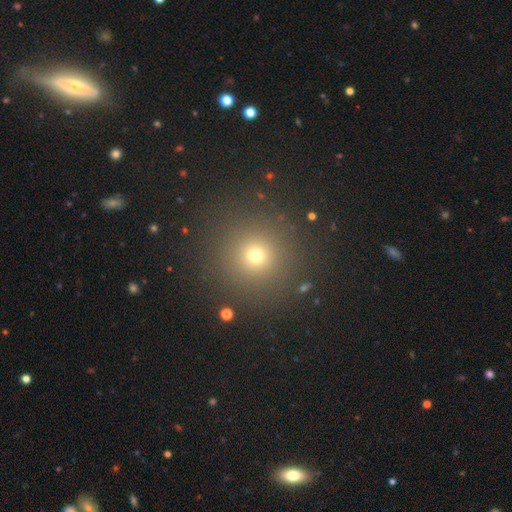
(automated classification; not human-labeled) A smooth galaxy with no disk features (68%) that is round (95%).

Vote fractions:
- Smooth or featured? smooth: 68% / star or artifact: 25% / featured or disk: 7%
- How rounded? round: 95% / in between: 4% / cigar-shaped: 1%
- Merging? none: 89% / minor disturbance: 6% / major disturbance: 3% / merger: 2%